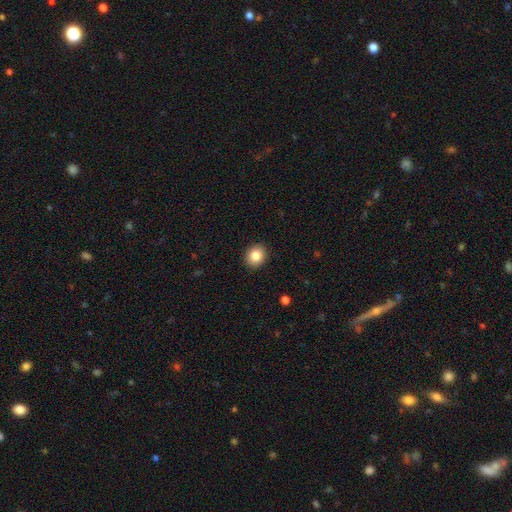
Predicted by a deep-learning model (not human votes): A smooth galaxy with no disk features (84%) that is round (67%).

Vote fractions:
- Smooth or featured? smooth: 84% / star or artifact: 9% / featured or disk: 7%
- How rounded? round: 67% / in between: 32% / cigar-shaped: 1%
- Merging? none: 92% / minor disturbance: 6% / major disturbance: 2% / merger: 1%